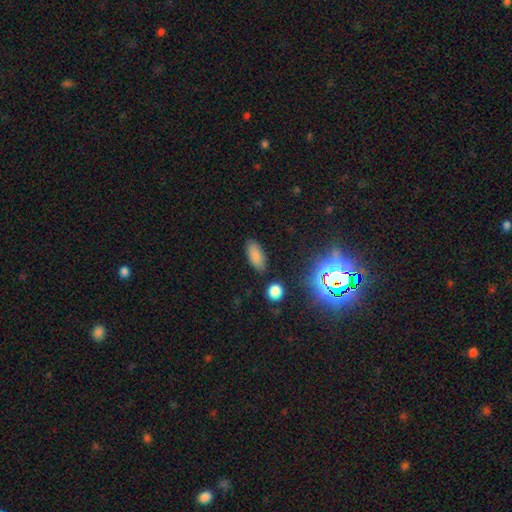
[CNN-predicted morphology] Smooth or featured? smooth (82%)
How rounded? in between (87%)
Merging? none (83%)